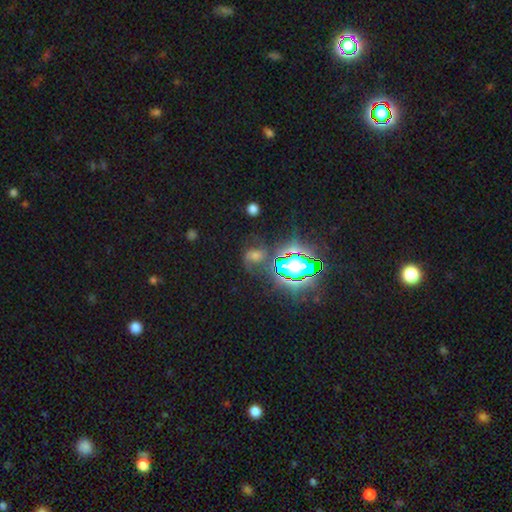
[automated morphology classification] Smooth or featured?
  - star or artifact: 43% *
  - featured or disk: 30%
  - smooth: 27%